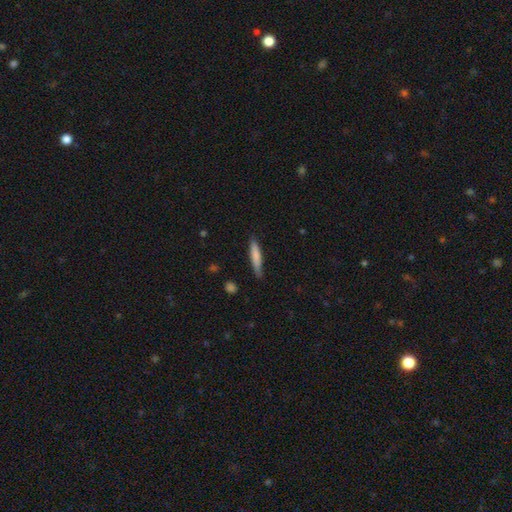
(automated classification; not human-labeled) The model was most divided on "merging": none: 78%, minor disturbance: 18%, major disturbance: 3%, merger: 2%. More confident: how rounded — cigar-shaped (88%); smooth or featured — smooth (78%).